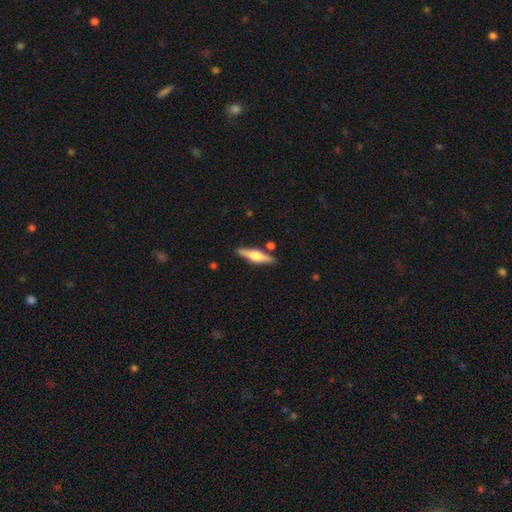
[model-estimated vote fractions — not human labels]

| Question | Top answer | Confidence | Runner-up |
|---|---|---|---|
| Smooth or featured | featured or disk | 63% | smooth (31%) |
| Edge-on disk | yes | 96% | no (4%) |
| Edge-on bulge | rounded | 87% | boxy (10%) |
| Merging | none | 85% | minor disturbance (9%) |